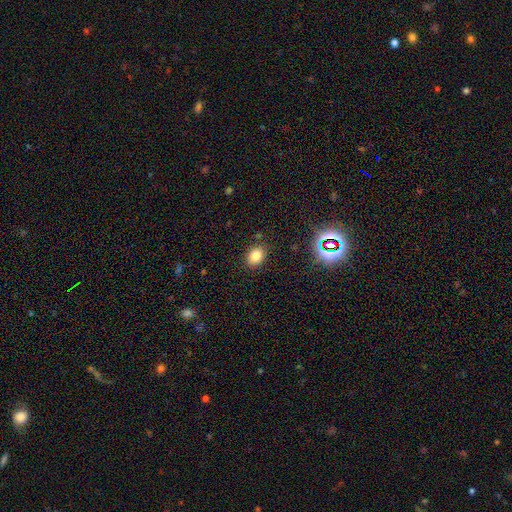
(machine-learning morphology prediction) smooth 79%, star or artifact 14%, featured or disk 7%. Down the decision tree: how rounded — in between (65%); merging — none (85%).